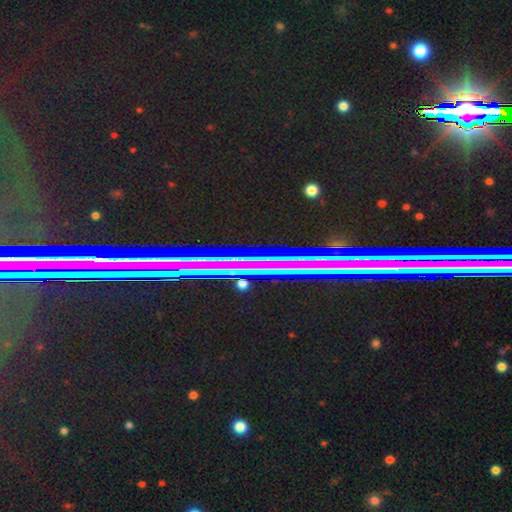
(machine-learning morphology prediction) This appears to be a star or artifact, not a galaxy (66%).